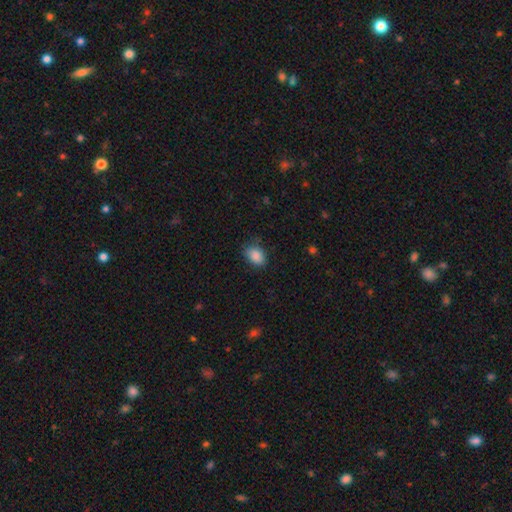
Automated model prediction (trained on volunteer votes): smooth_or_featured: smooth (p=0.88) [alt: star or artifact p=0.08]
how_rounded: in between (p=0.82) [alt: round p=0.16]
merging: none (p=0.76) [alt: minor disturbance p=0.18]